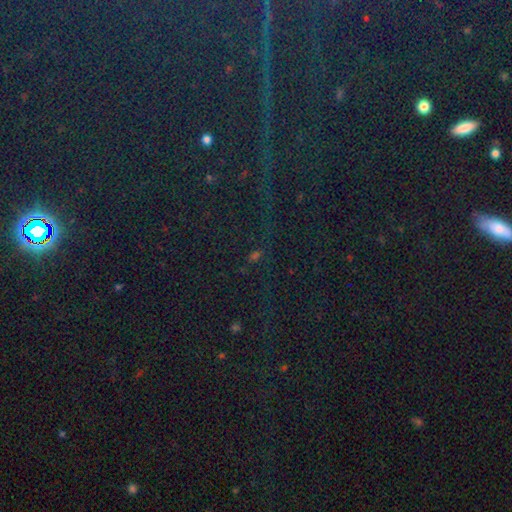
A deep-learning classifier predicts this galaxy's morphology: Smooth or featured: star or artifact — 73% (smooth — 18%)